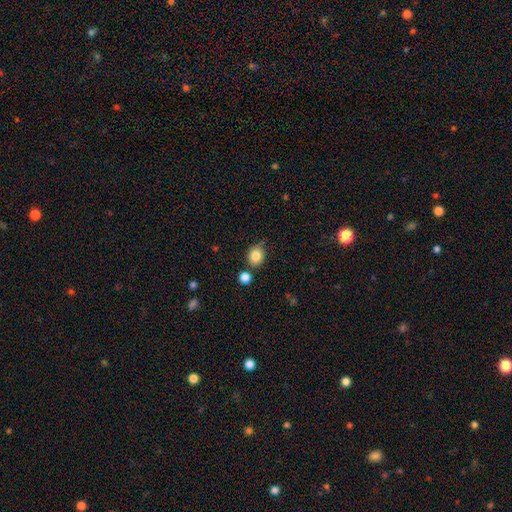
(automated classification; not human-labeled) smooth-or-featured: smooth: 84% | star or artifact: 10% | featured or disk: 6%
  how-rounded: round: 66% | in between: 33% | cigar-shaped: 1%
  merging: none: 70% | minor disturbance: 16% | merger: 10% | major disturbance: 4%